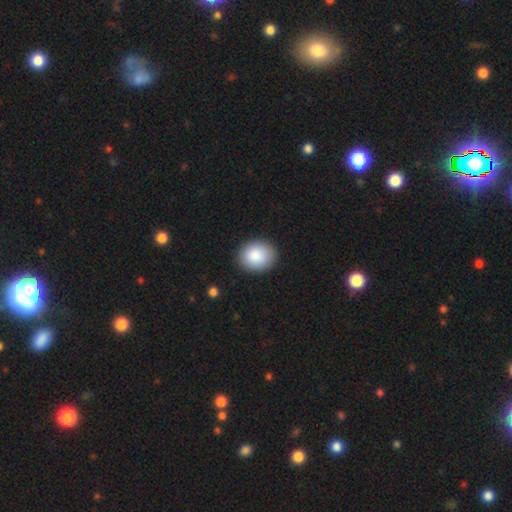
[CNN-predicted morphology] Smooth or featured: smooth — 88% (star or artifact — 7%)
How rounded: round — 56% (in between — 43%)
Merging: none — 90% (minor disturbance — 7%)